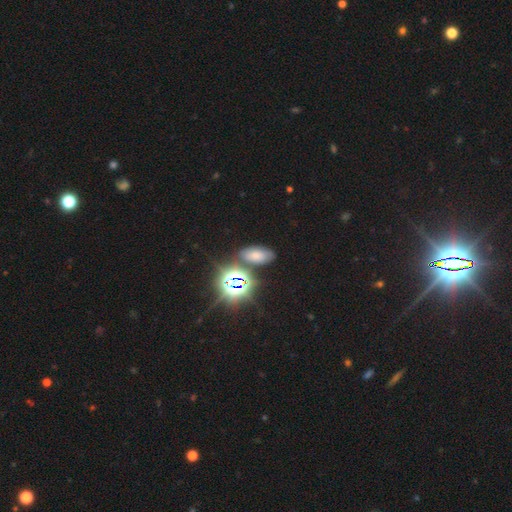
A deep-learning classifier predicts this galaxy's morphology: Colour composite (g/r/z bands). It shows a smooth galaxy with no disk features (48%). Merging: none (74%).